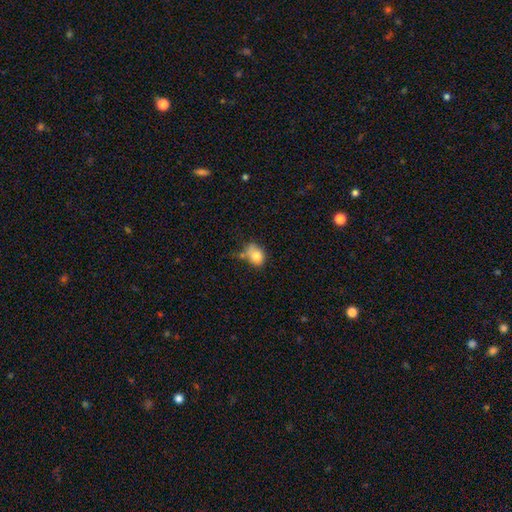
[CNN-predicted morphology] Smooth or featured?
  - smooth: 81% *
  - featured or disk: 10%
  - star or artifact: 9%
How rounded?
  - in between: 60% *
  - round: 38%
  - cigar-shaped: 1%
Merging?
  - none: 48% *
  - minor disturbance: 31%
  - merger: 12%
  - major disturbance: 9%